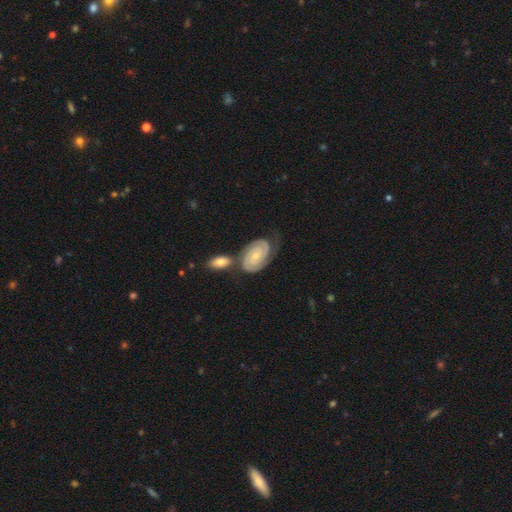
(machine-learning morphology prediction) Smooth or featured: featured or disk — 86% (smooth — 9%)
Edge-on disk: no — 97% (yes — 3%)
Bar: no — 74% (weak — 21%)
Spiral arms: yes — 97% (no — 3%)
Spiral winding: tight — 77% (medium — 19%)
Spiral arm count: 2 — 80% (can't tell — 8%)
Bulge size: small — 66% (moderate — 30%)
Merging: none — 62% (merger — 16%)